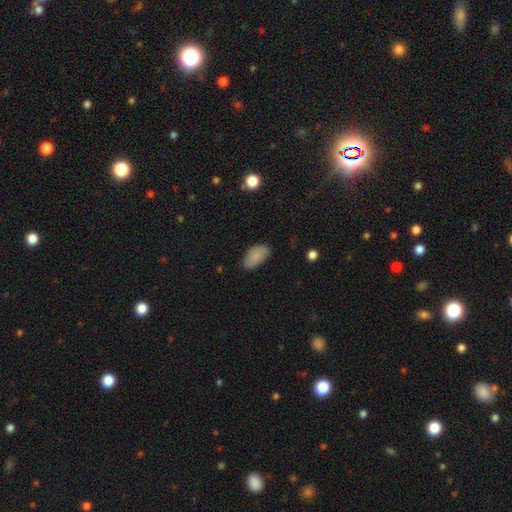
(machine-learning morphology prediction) Smooth or featured? smooth (85%)
How rounded? in between (94%)
Merging? none (75%)